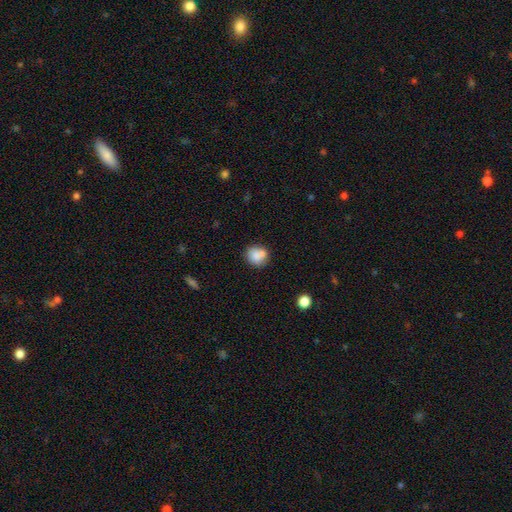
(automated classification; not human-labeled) This appears to be a smooth galaxy with no disk features (80%) that is round (80%). Merging: none (60%).